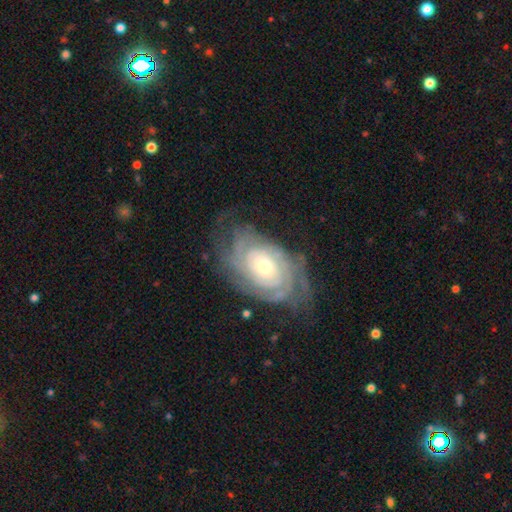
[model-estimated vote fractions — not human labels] A featured or disk galaxy (87%) with no bar (76%), tight (80%) spiral arms (96%) and a moderate central bulge (48%). Merging: none (70%).